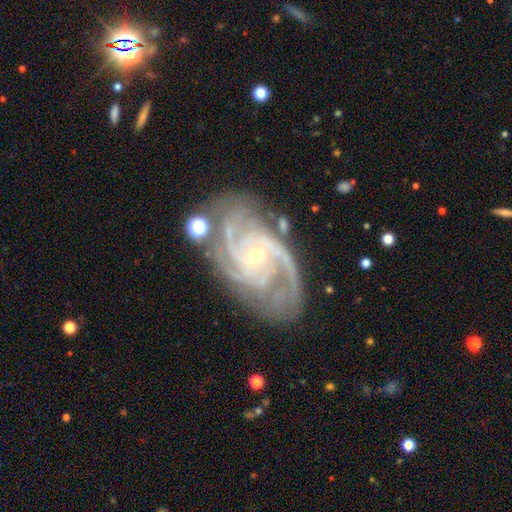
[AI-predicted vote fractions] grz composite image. It shows a featured or disk galaxy (92%) with no bar (62%), 3 (35%) tight (53%) spiral arms (98%) and a small central bulge (77%). Merging: none (71%).